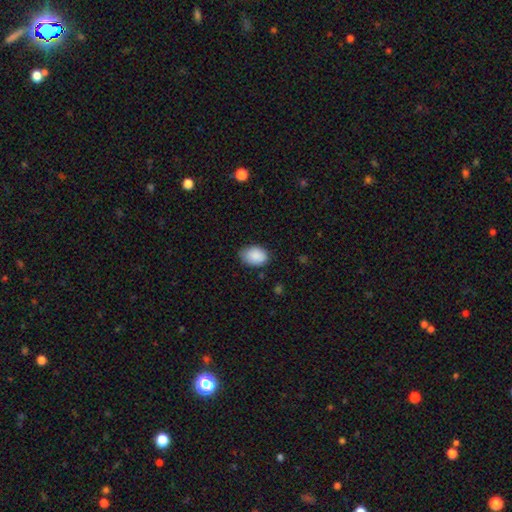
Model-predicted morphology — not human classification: A smooth galaxy with no disk features (89%) that is in between round and cigar-shaped (77%).

Vote fractions:
- Smooth or featured? smooth: 89% / star or artifact: 7% / featured or disk: 4%
- How rounded? in between: 77% / round: 22% / cigar-shaped: 1%
- Merging? none: 75% / minor disturbance: 21% / major disturbance: 3% / merger: 1%